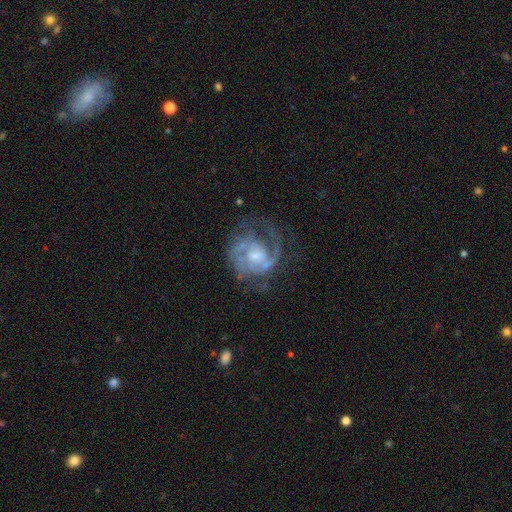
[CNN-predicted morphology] featured or disk 85%, smooth 8%, star or artifact 7%. Down the decision tree: edge-on disk — no (98%); bar — no (60%); spiral arms — yes (94%); spiral arm count — 2 (51%); spiral winding — tight (45%); bulge size — moderate (45%); merging — none (60%).